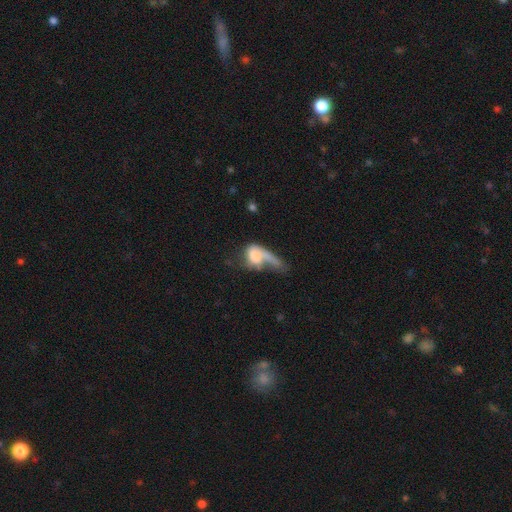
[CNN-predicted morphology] Smooth or featured: smooth — 54% (featured or disk — 38%)
How rounded: in between — 67% (round — 24%)
Merging: major disturbance — 49% (merger — 21%)